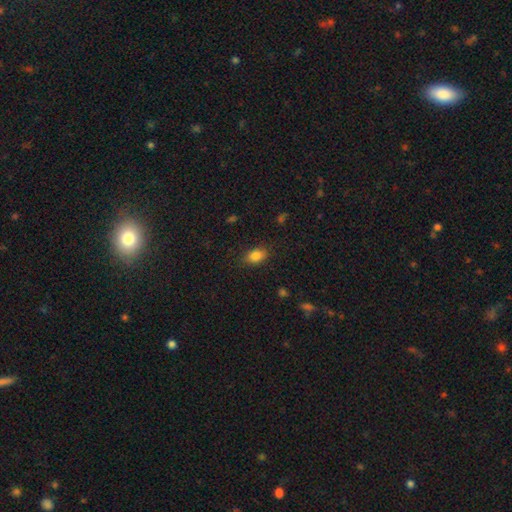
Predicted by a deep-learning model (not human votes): Smooth or featured: smooth — 84% (star or artifact — 10%)
How rounded: in between — 82% (round — 16%)
Merging: none — 84% (minor disturbance — 12%)